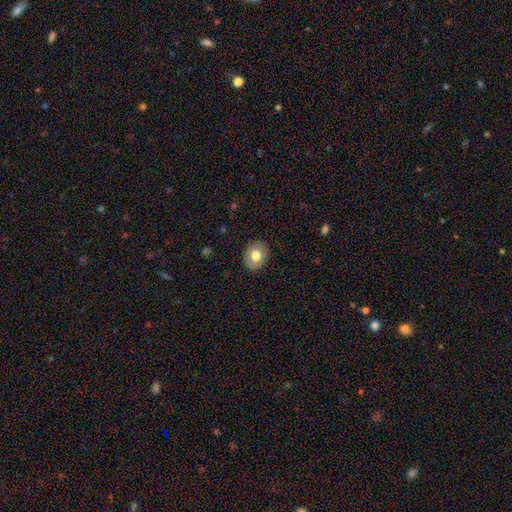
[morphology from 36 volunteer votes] smooth 83%, featured or disk 14%, star or artifact 3%. Down the decision tree: how rounded — round (60%); merging — none (91%).